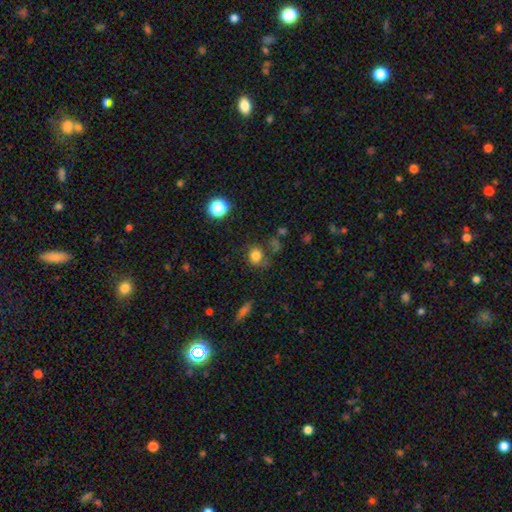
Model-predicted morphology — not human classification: A smooth galaxy with no disk features (79%) that is round (76%). Merging: none (62%).